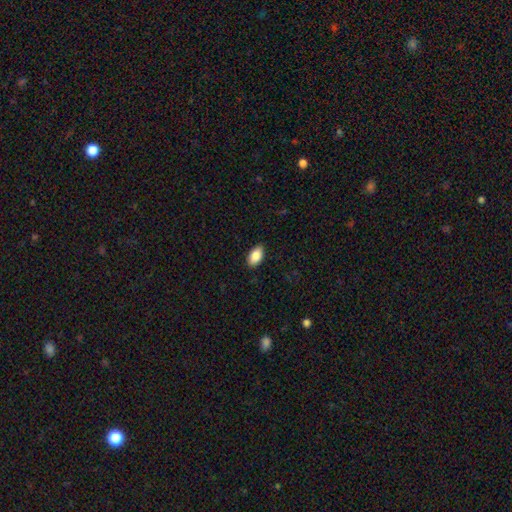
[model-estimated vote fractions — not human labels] smooth 87%, star or artifact 7%, featured or disk 6%. Down the decision tree: how rounded — in between (94%); merging — none (89%).